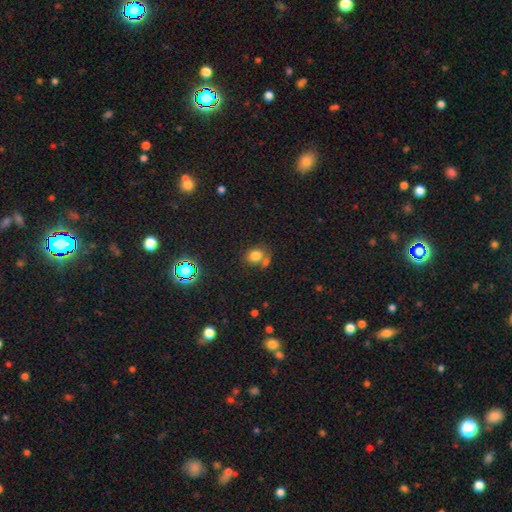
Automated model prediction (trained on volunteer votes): This is likely a smooth galaxy (77%). How rounded: possibly round (52%). Merging: possibly none (53%).